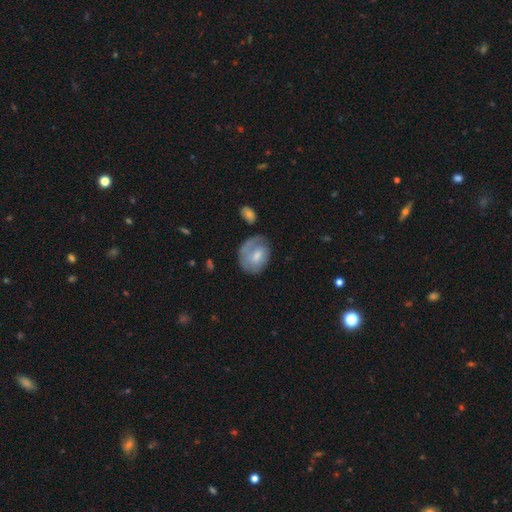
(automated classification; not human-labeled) The model was most divided on "how rounded": in between: 57%, round: 42%, cigar-shaped: 1%. More confident: smooth or featured — smooth (57%); merging — none (50%).